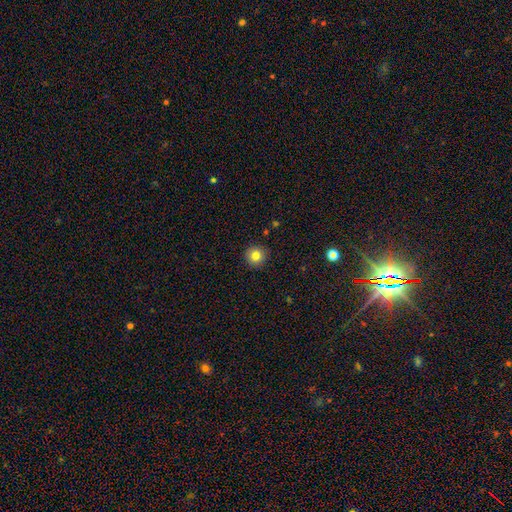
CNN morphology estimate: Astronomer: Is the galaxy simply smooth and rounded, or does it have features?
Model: smooth — 81%.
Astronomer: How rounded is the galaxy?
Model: round — 95%.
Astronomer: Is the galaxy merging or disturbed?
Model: none — 92%.